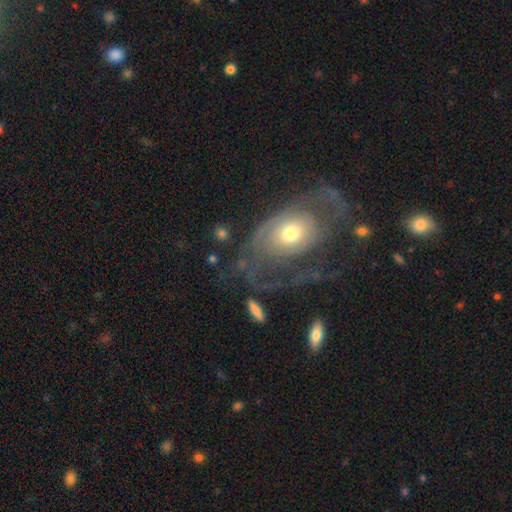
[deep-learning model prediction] Q: Smooth or featured?
A: featured or disk (71%); runner-up: smooth (19%)
Q: Edge-on disk?
A: no (94%); runner-up: yes (6%)
Q: Bar?
A: no (77%); runner-up: weak (17%)
Q: Spiral arms?
A: yes (67%); runner-up: no (33%)
Q: Bulge size?
A: moderate (62%); runner-up: small (27%)
Q: Merging?
A: none (57%); runner-up: major disturbance (22%)